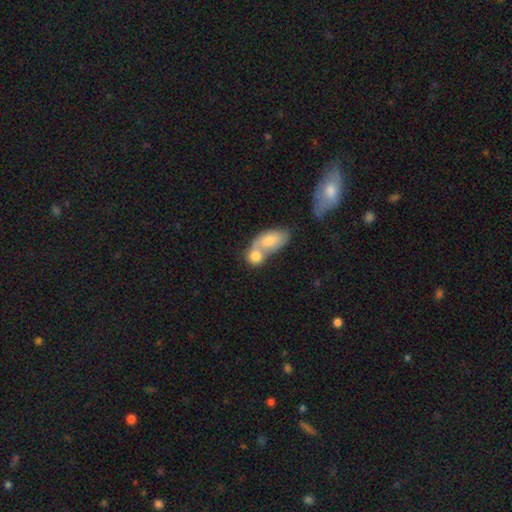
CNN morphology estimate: Overall: smooth (77%). How rounded: in between (57%; round 40%). Merging: merger (70%).